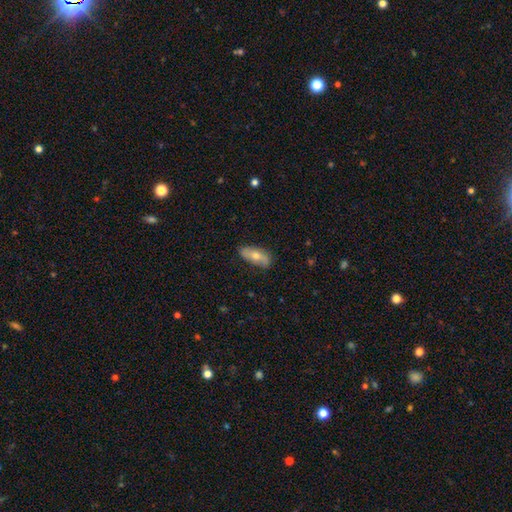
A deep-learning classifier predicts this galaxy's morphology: Smooth or featured? Predicted: smooth (p=0.55). How rounded? Predicted: in between (p=0.76). Merging? Predicted: none (p=0.79).